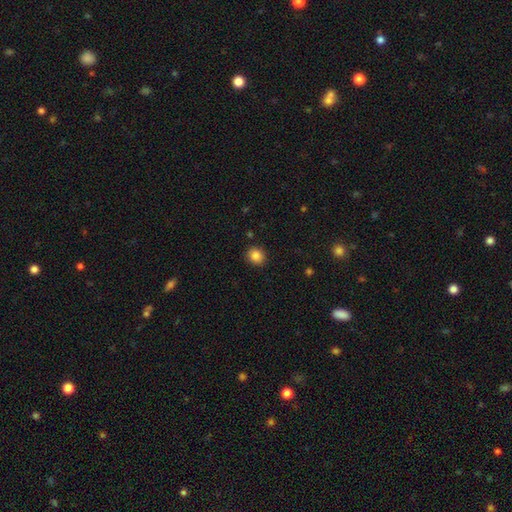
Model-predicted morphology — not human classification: Smooth or featured? Predicted: smooth (p=0.85). How rounded? Predicted: round (p=0.78). Merging? Predicted: none (p=0.90).